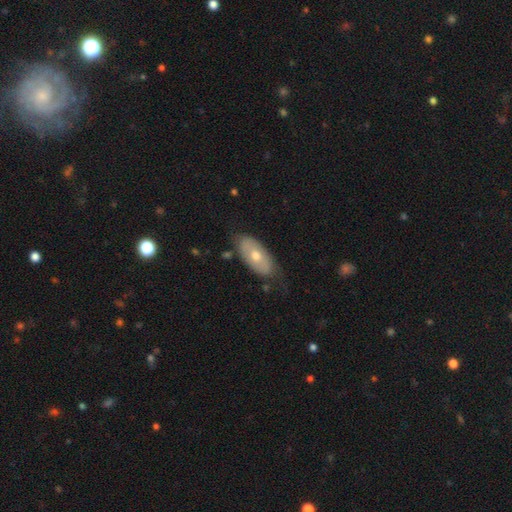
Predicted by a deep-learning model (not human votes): Smooth or featured: smooth — 54% (featured or disk — 40%)
How rounded: in between — 91% (cigar-shaped — 5%)
Merging: none — 71% (minor disturbance — 21%)